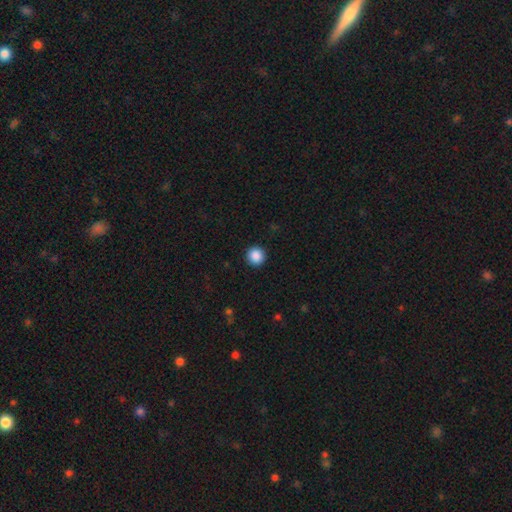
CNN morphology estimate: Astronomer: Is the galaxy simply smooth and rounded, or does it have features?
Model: smooth — 89%.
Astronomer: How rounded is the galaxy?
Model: round — 96%.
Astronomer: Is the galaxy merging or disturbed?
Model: none — 93%.